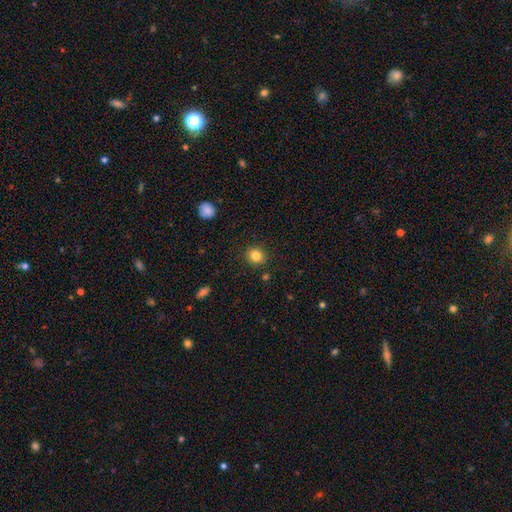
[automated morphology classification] A smooth galaxy with no disk features (84%) that is round (87%).

Vote fractions:
- Smooth or featured? smooth: 84% / star or artifact: 11% / featured or disk: 5%
- How rounded? round: 87% / in between: 12% / cigar-shaped: 1%
- Merging? none: 90% / minor disturbance: 6% / major disturbance: 2% / merger: 2%